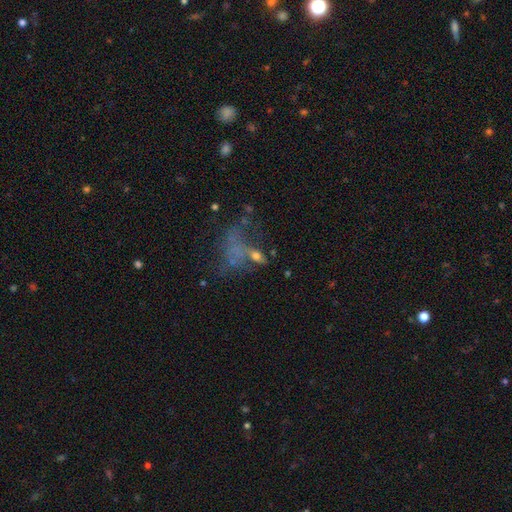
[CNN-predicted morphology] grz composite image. It shows a smooth galaxy with no disk features (46%). Merging: major disturbance (40%).